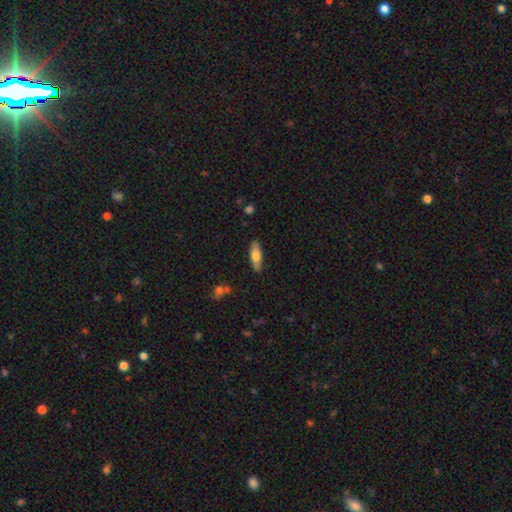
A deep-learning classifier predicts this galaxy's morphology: type=smooth (65%); roundness=in between (54%); merging=none (84%).